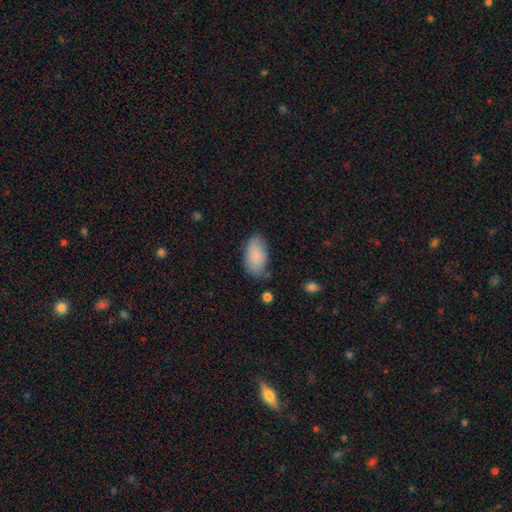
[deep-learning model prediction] Smooth or featured? smooth (86%)
How rounded? in between (95%)
Merging? none (74%)